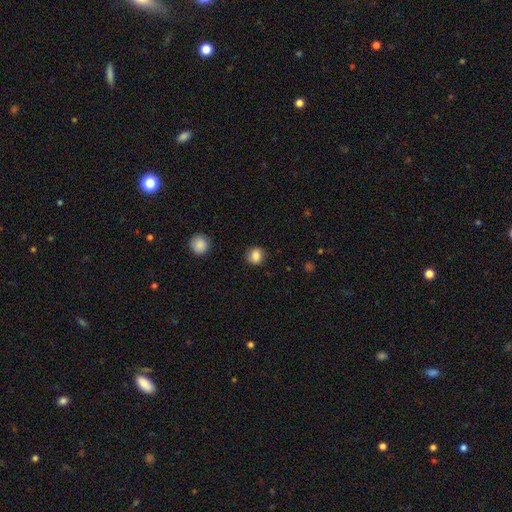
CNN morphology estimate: A smooth galaxy with no disk features (84%) that is round (78%).

Vote fractions:
- Smooth or featured? smooth: 84% / star or artifact: 10% / featured or disk: 6%
- How rounded? round: 78% / in between: 21% / cigar-shaped: 1%
- Merging? none: 85% / minor disturbance: 10% / major disturbance: 3% / merger: 1%